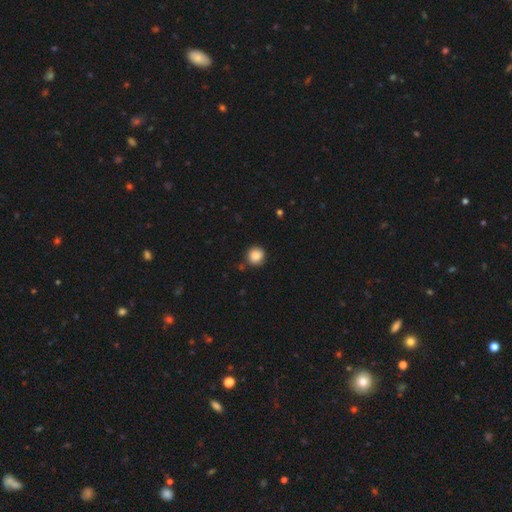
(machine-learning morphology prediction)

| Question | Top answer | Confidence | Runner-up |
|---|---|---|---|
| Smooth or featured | smooth | 87% | star or artifact (9%) |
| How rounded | round | 90% | in between (9%) |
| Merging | none | 82% | minor disturbance (12%) |